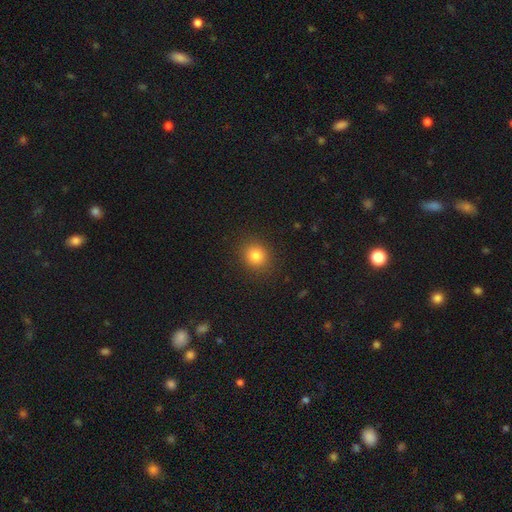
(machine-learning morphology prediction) The model was most divided on "how rounded": round: 84%, in between: 15%, cigar-shaped: 1%. More confident: merging — none (90%); smooth or featured — smooth (82%).